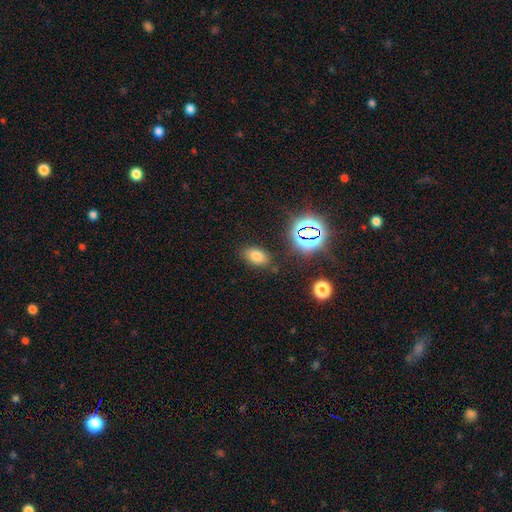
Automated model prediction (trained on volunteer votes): Smooth or featured? smooth (71%)
How rounded? in between (86%)
Merging? none (81%)